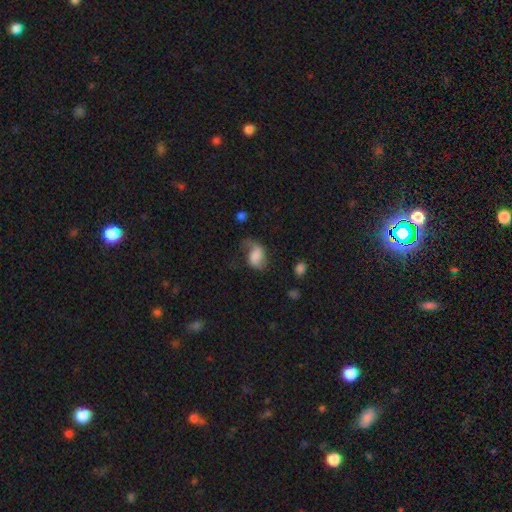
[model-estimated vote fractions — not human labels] Smooth or featured? smooth (53%)
How rounded? in between (79%)
Merging? major disturbance (37%)